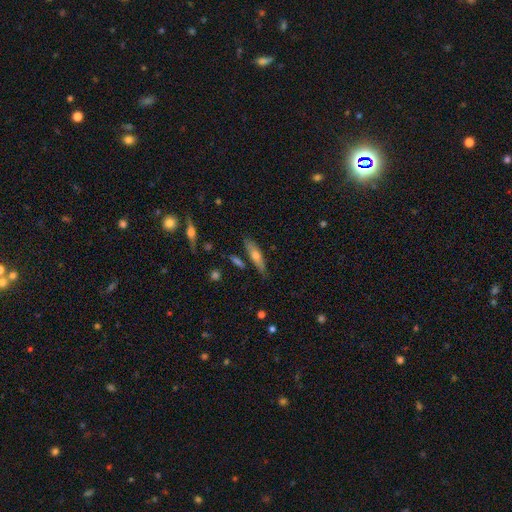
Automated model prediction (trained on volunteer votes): smooth-or-featured: smooth: 53% | featured or disk: 40% | star or artifact: 7%
  how-rounded: cigar-shaped: 70% | in between: 27% | round: 2%
  merging: none: 75% | minor disturbance: 16% | merger: 5% | major disturbance: 3%